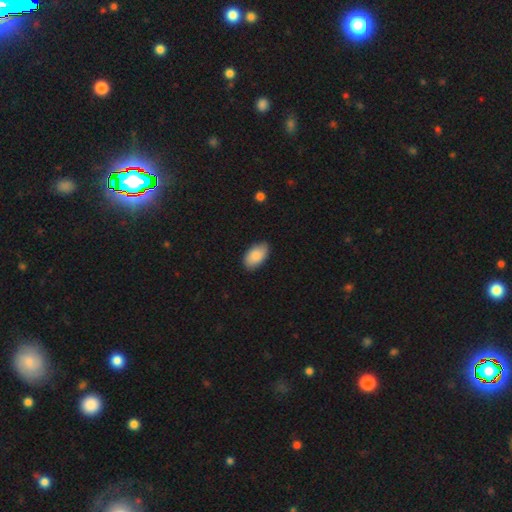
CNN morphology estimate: The model was most divided on "merging": none: 85%, minor disturbance: 11%, major disturbance: 2%, merger: 1%. More confident: how rounded — in between (95%); smooth or featured — smooth (88%).